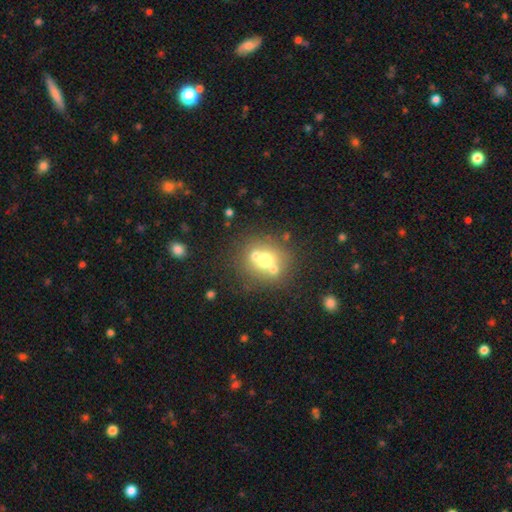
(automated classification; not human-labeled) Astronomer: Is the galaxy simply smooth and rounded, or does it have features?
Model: smooth — 58%.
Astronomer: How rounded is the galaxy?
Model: round — 81%.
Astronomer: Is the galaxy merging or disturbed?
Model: none — 51% (runner-up: merger, 35%).